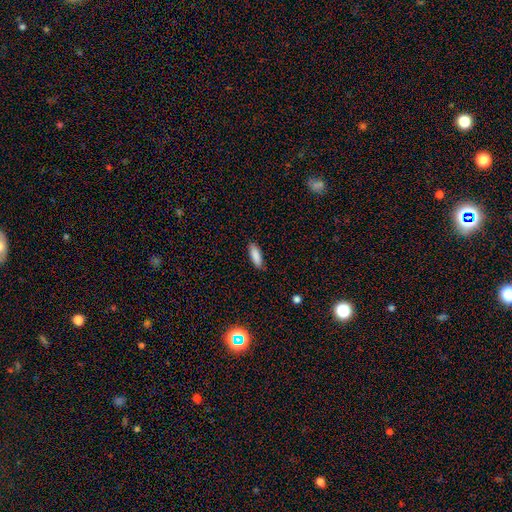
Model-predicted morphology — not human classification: The model was most divided on "how rounded": in between: 57%, cigar-shaped: 41%, round: 2%. More confident: smooth or featured — smooth (87%); merging — none (86%).